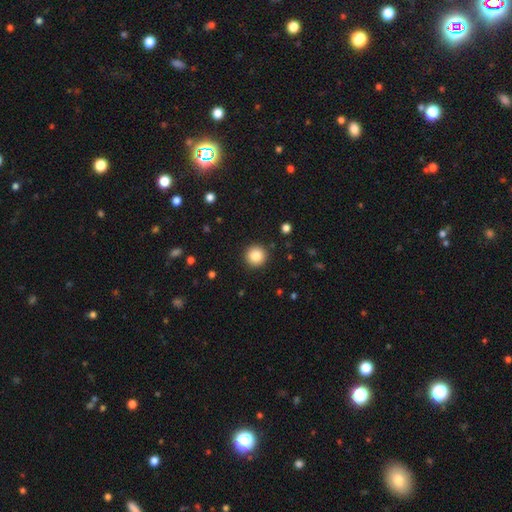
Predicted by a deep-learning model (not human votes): A smooth galaxy with no disk features (85%) that is round (96%). Merging: none (92%).